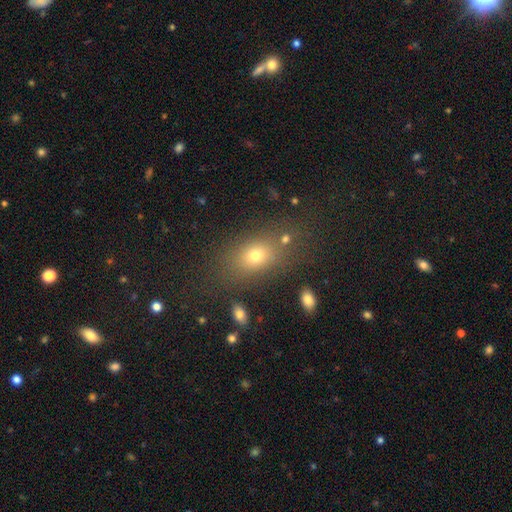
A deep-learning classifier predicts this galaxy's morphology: Smooth or featured? Predicted: smooth (p=0.71). How rounded? Predicted: in between (p=0.73). Merging? Predicted: none (p=0.73).